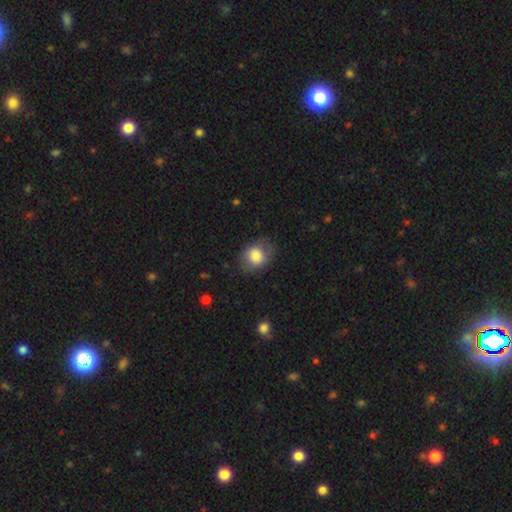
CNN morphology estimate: A smooth galaxy with no disk features (79%) that is in between round and cigar-shaped (54%).

Vote fractions:
- Smooth or featured? smooth: 79% / featured or disk: 13% / star or artifact: 7%
- How rounded? in between: 54% / round: 45% / cigar-shaped: 1%
- Merging? none: 72% / minor disturbance: 19% / major disturbance: 8% / merger: 1%